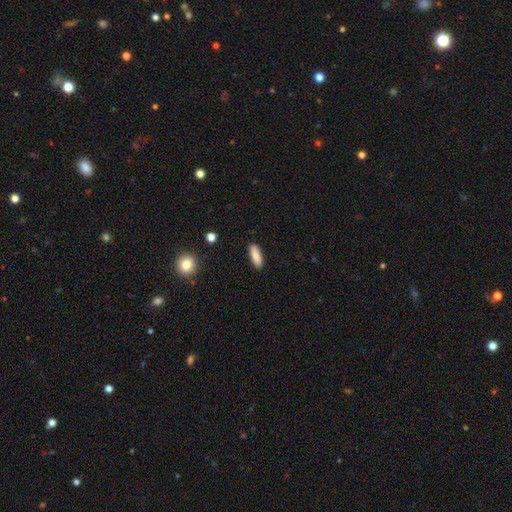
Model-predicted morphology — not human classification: smooth_or_featured: smooth (p=0.88) [alt: star or artifact p=0.07]
how_rounded: in between (p=0.55) [alt: cigar-shaped p=0.43]
merging: none (p=0.89) [alt: minor disturbance p=0.08]